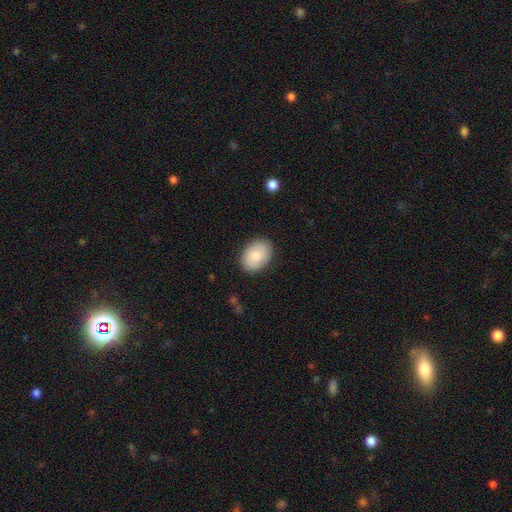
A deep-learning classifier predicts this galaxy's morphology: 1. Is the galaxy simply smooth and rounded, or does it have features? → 81% smooth, 12% featured or disk, 6% star or artifact.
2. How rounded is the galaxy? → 76% in between, 23% round, 1% cigar-shaped.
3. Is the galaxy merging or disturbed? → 86% none, 10% minor disturbance, 3% major disturbance, 1% merger.